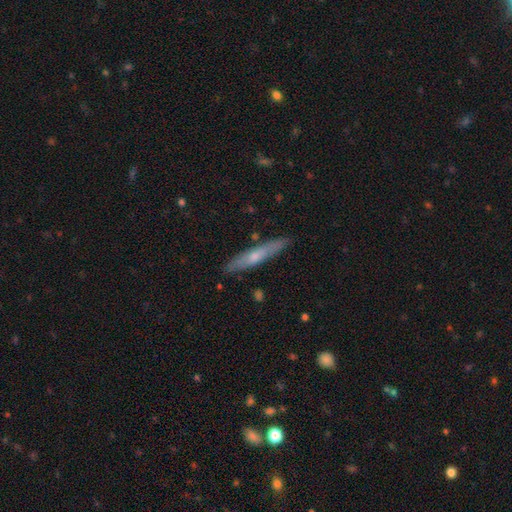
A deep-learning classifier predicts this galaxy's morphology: Q: Smooth or featured?
A: smooth (48%); runner-up: featured or disk (46%)
Q: Merging?
A: none (87%); runner-up: minor disturbance (9%)